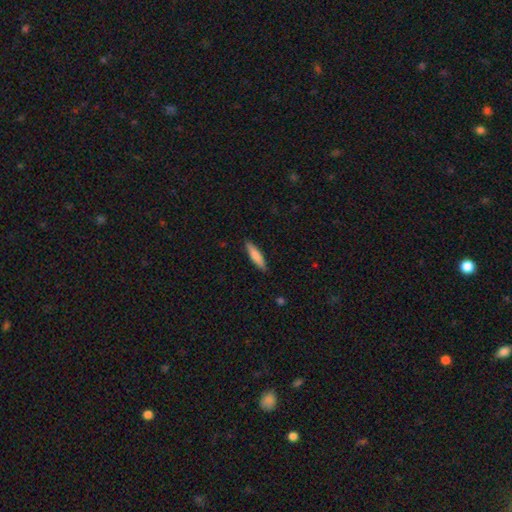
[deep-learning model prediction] A smooth galaxy with no disk features (79%) that is cigar-shaped (78%). Merging: none (89%).